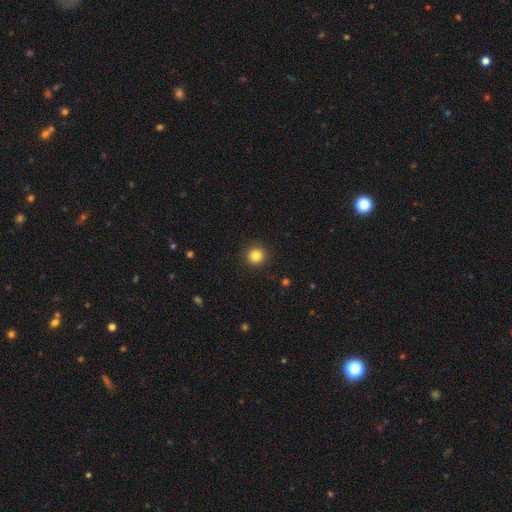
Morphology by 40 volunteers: Smooth or featured: smooth — 90% (star or artifact — 8%)
How rounded: round — 97% (in between — 3%)
Merging: none — 97% (minor disturbance — 3%)